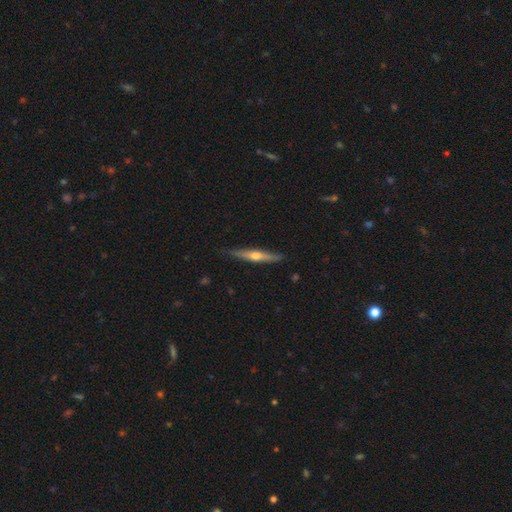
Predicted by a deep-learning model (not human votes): Smooth or featured? featured or disk (58%)
Edge-on disk? yes (95%)
Edge-on bulge? rounded (88%)
Merging? none (85%)